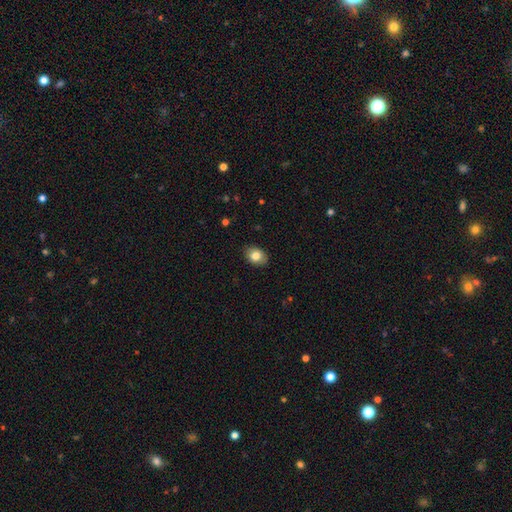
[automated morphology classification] smooth_or_featured: smooth (p=0.81) [alt: featured or disk p=0.11]
how_rounded: in between (p=0.74) [alt: round p=0.25]
merging: none (p=0.87) [alt: minor disturbance p=0.10]